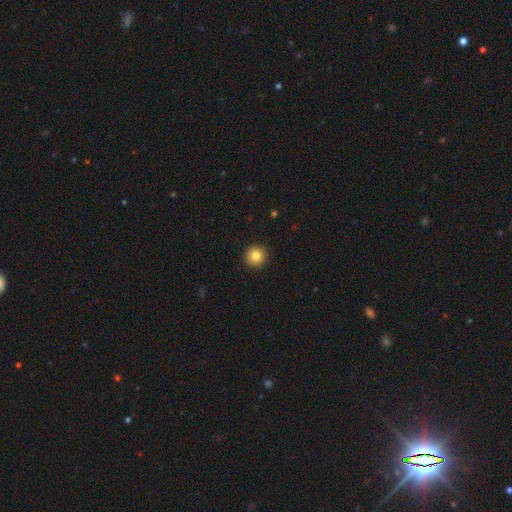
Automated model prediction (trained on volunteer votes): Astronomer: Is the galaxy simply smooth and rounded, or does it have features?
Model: smooth — 82%.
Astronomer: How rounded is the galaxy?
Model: round — 96%.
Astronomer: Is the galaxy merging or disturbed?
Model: none — 94%.